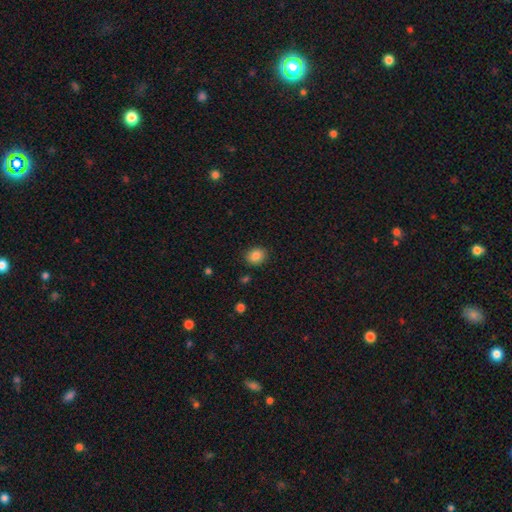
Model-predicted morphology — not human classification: Smooth or featured? smooth (85%)
How rounded? round (60%)
Merging? none (88%)